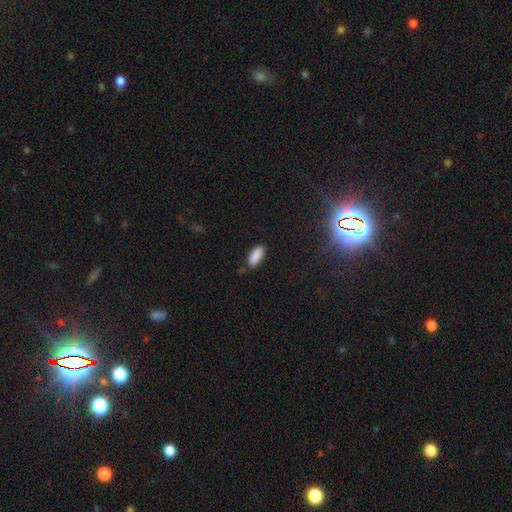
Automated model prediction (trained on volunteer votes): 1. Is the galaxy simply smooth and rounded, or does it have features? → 89% smooth, 7% star or artifact, 4% featured or disk.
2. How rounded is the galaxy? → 87% in between, 11% cigar-shaped, 2% round.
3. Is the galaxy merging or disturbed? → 80% none, 15% minor disturbance, 3% major disturbance, 2% merger.